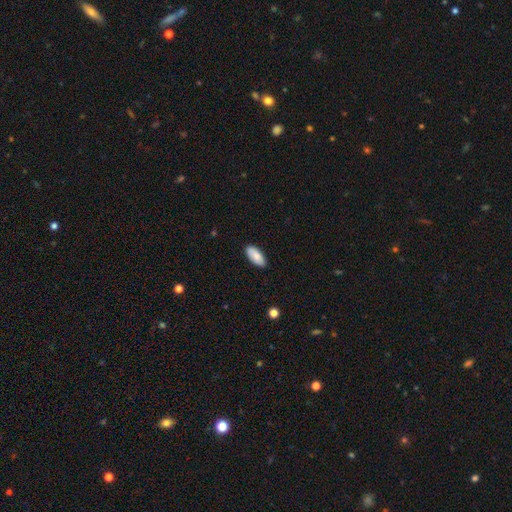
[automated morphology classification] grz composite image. It shows a smooth galaxy with no disk features (82%) that is in between round and cigar-shaped (87%). Merging: none (88%).